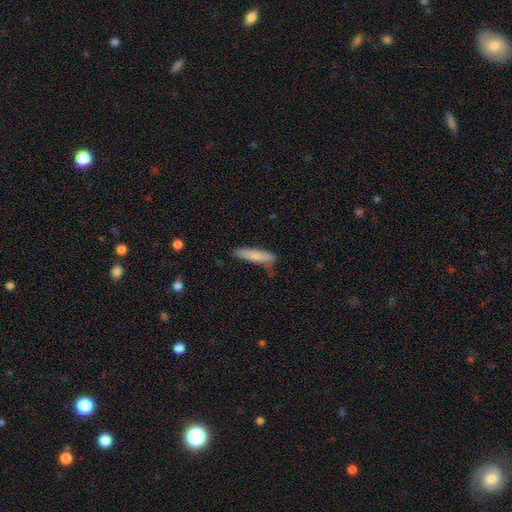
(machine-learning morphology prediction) Smooth or featured? Predicted: smooth (p=0.78). How rounded? Predicted: cigar-shaped (p=0.81). Merging? Predicted: none (p=0.71).